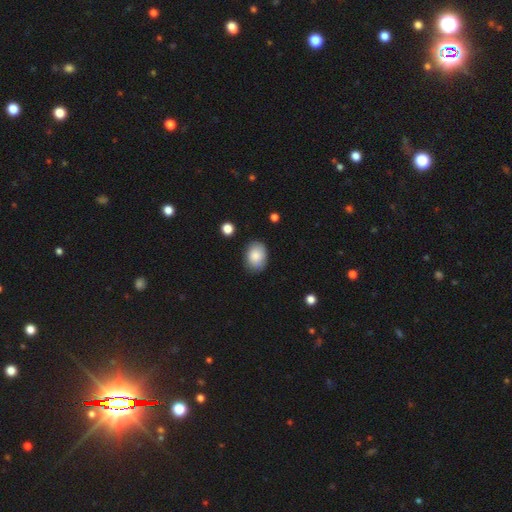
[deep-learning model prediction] This is clearly a smooth galaxy (86%). How rounded: likely in between (72%). Merging: clearly none (80%).